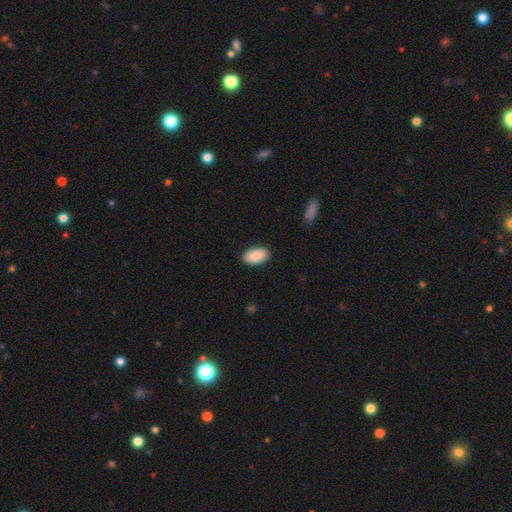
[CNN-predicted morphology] The model was most divided on "merging": none: 88%, minor disturbance: 9%, major disturbance: 2%, merger: 1%. More confident: how rounded — in between (95%); smooth or featured — smooth (90%).